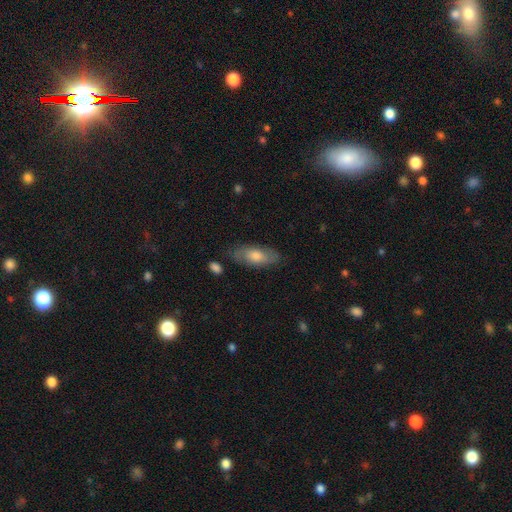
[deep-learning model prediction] A smooth galaxy with no disk features (63%) that is in between round and cigar-shaped (78%).

Vote fractions:
- Smooth or featured? smooth: 63% / featured or disk: 30% / star or artifact: 7%
- How rounded? in between: 78% / cigar-shaped: 20% / round: 3%
- Merging? none: 80% / minor disturbance: 14% / major disturbance: 3% / merger: 2%